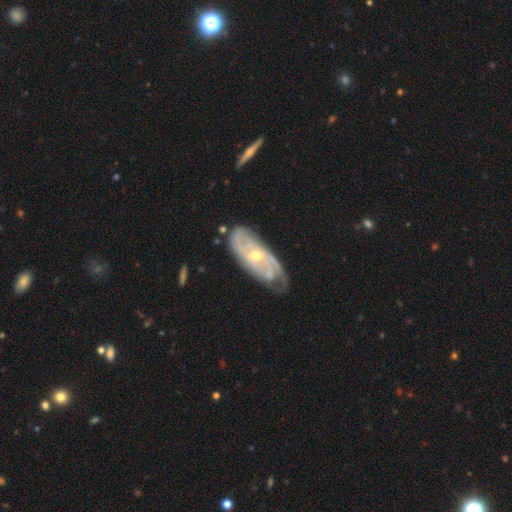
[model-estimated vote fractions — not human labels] Smooth or featured? Predicted: featured or disk (p=0.82). Edge-on disk? Predicted: no (p=0.90). Bar? Predicted: no (p=0.61). Spiral arms? Predicted: yes (p=0.91). Spiral winding? Predicted: tight (p=0.62). Spiral arm count? Predicted: can't tell (p=0.44). Bulge size? Predicted: moderate (p=0.51). Merging? Predicted: none (p=0.61).